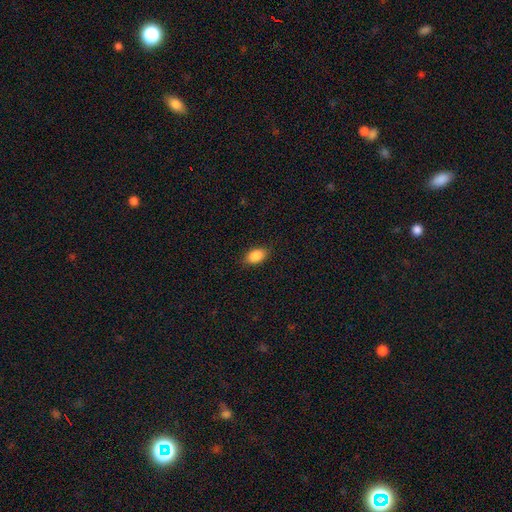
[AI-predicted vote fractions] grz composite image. It shows a smooth galaxy with no disk features (88%) that is in between round and cigar-shaped (89%). Merging: none (85%).